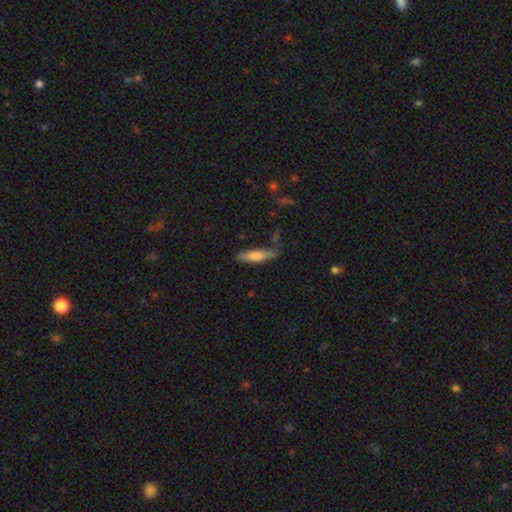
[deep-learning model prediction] This is likely a smooth galaxy (70%). How rounded: likely cigar-shaped (73%). Merging: likely none (77%).